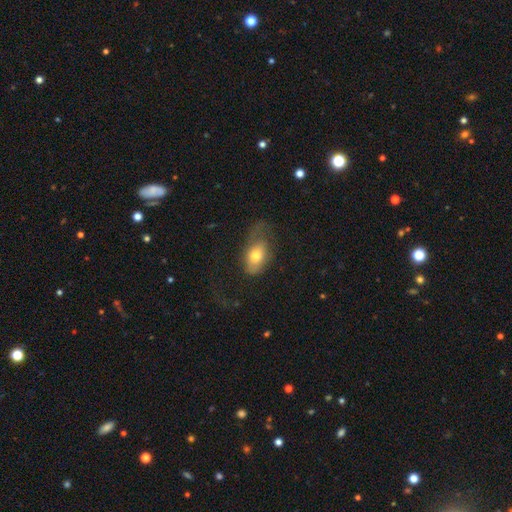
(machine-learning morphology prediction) The model was most divided on "merging": major disturbance: 38%, none: 34%, minor disturbance: 27%, merger: 2%. More confident: how rounded — in between (88%); smooth or featured — smooth (68%).